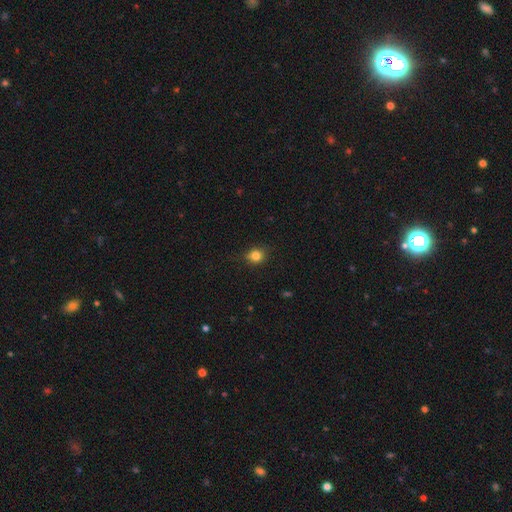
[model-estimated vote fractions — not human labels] A smooth galaxy with no disk features (81%) that is round (77%). Merging: none (79%).